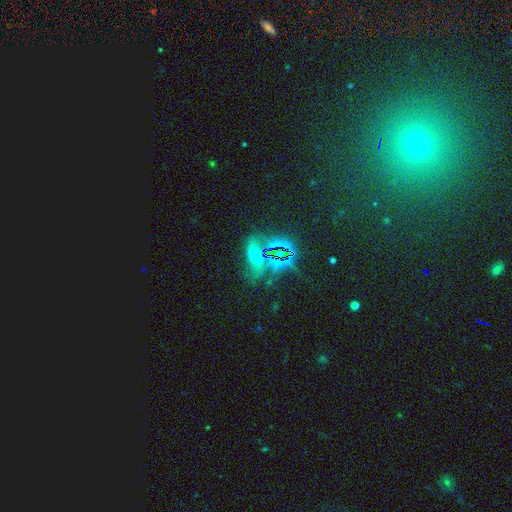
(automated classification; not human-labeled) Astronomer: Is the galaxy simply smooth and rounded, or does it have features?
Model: smooth — 40% (runner-up: star or artifact, 38%).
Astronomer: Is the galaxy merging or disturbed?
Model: none — 56%.